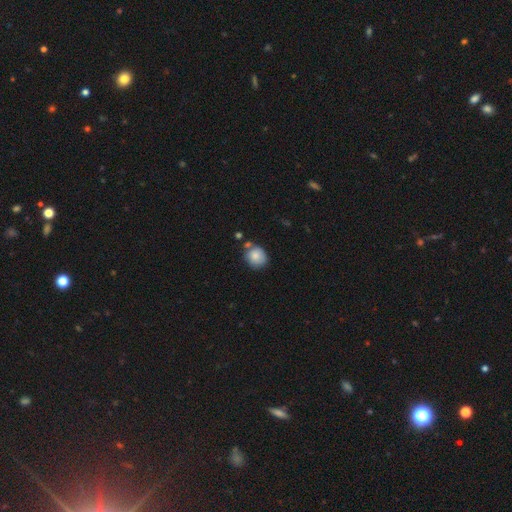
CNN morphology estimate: This appears to be a smooth galaxy with no disk features (82%) that is round (78%). Merging: none (63%).